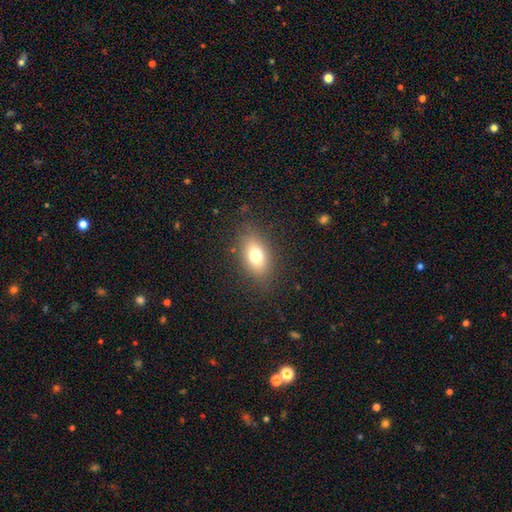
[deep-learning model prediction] Smooth or featured? smooth (74%)
How rounded? in between (83%)
Merging? none (82%)